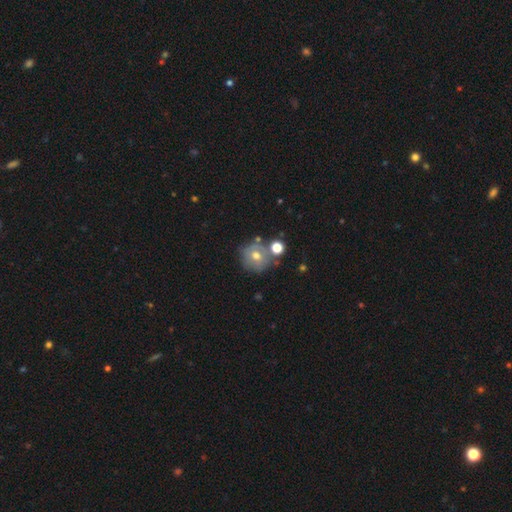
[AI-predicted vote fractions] Smooth or featured: smooth — 56% (featured or disk — 32%)
How rounded: round — 88% (in between — 11%)
Merging: none — 60% (merger — 19%)